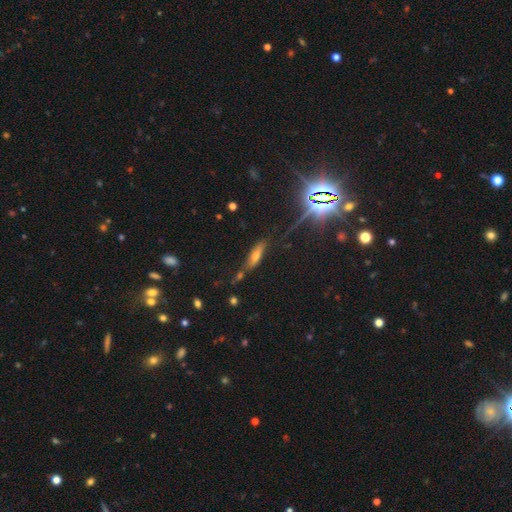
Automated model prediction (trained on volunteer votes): Smooth or featured? Predicted: smooth (p=0.37). Merging? Predicted: none (p=0.64).